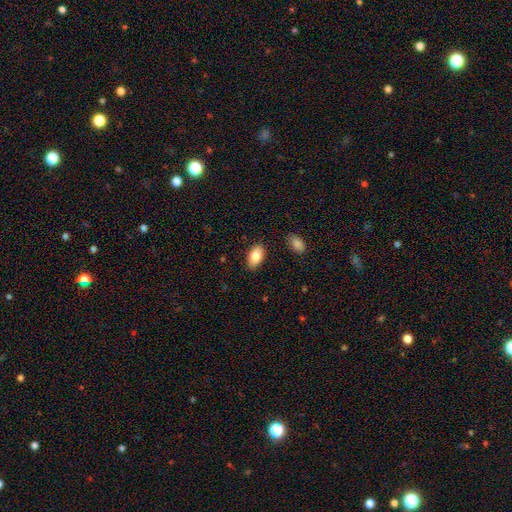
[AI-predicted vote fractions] A smooth galaxy with no disk features (84%) that is in between round and cigar-shaped (94%). Merging: none (87%).